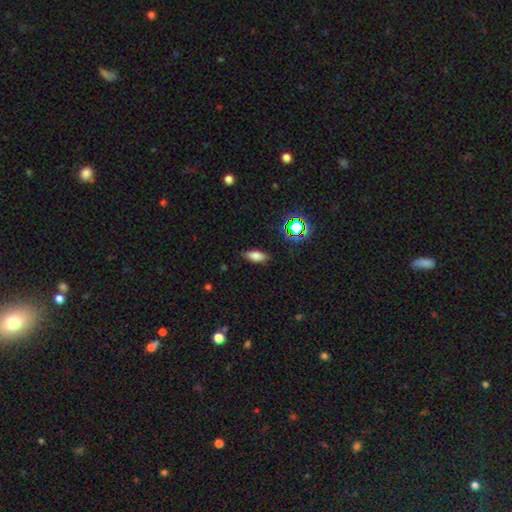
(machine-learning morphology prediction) smooth_or_featured: smooth (p=0.72) [alt: featured or disk p=0.14]
how_rounded: in between (p=0.76) [alt: cigar-shaped p=0.20]
merging: none (p=0.84) [alt: minor disturbance p=0.12]